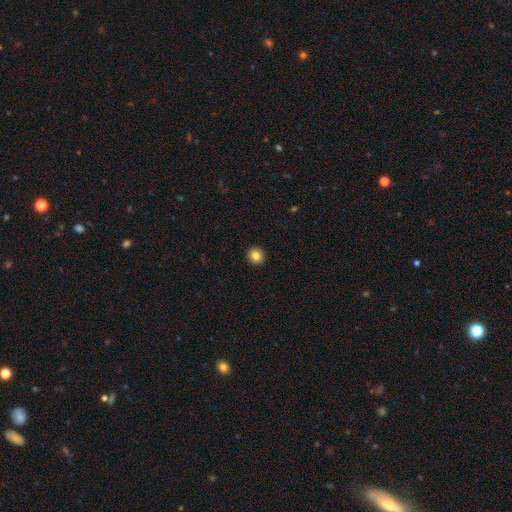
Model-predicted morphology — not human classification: A smooth galaxy with no disk features (84%) that is round (90%). Merging: none (93%).